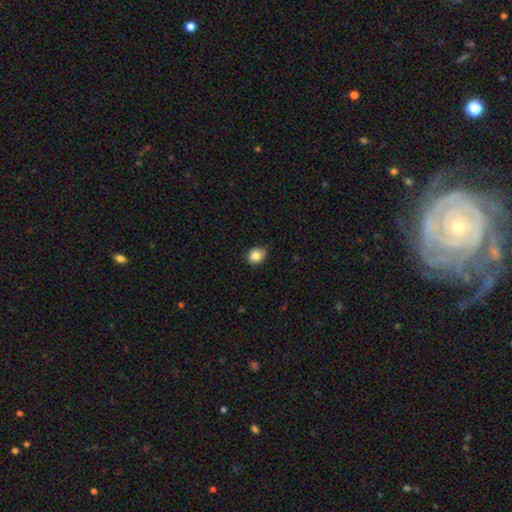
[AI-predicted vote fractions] A smooth galaxy with no disk features (84%) that is round (65%).

Vote fractions:
- Smooth or featured? smooth: 84% / star or artifact: 10% / featured or disk: 7%
- How rounded? round: 65% / in between: 35% / cigar-shaped: 1%
- Merging? none: 80% / minor disturbance: 17% / major disturbance: 2% / merger: 1%